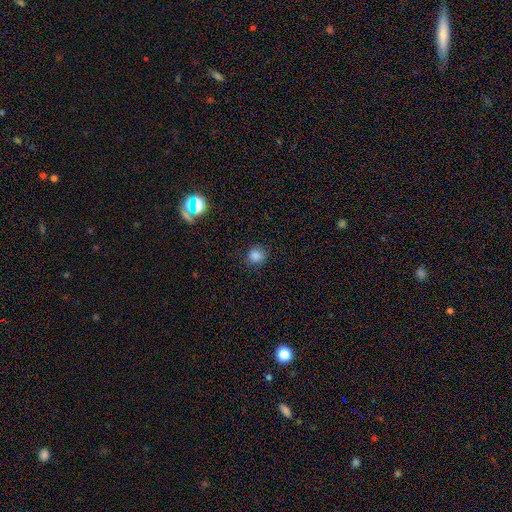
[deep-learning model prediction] This appears to be a smooth galaxy with no disk features (84%) that is round (86%). Merging: none (86%).